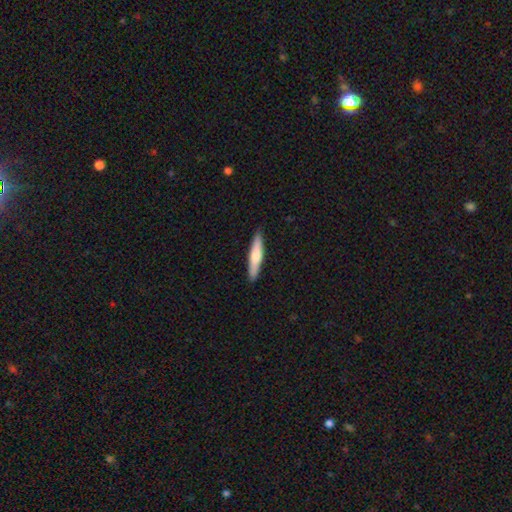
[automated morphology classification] smooth-or-featured: smooth: 62% | featured or disk: 33% | star or artifact: 5%
  how-rounded: cigar-shaped: 87% | in between: 11% | round: 1%
  merging: none: 90% | minor disturbance: 8% | major disturbance: 1% | merger: 1%